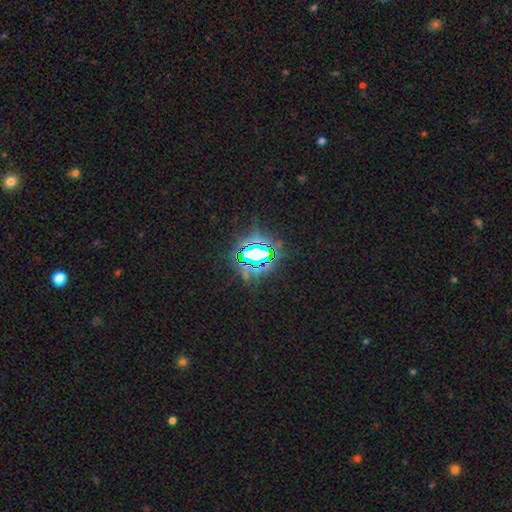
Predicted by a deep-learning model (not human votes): Morphology: type=star or artifact (77%).